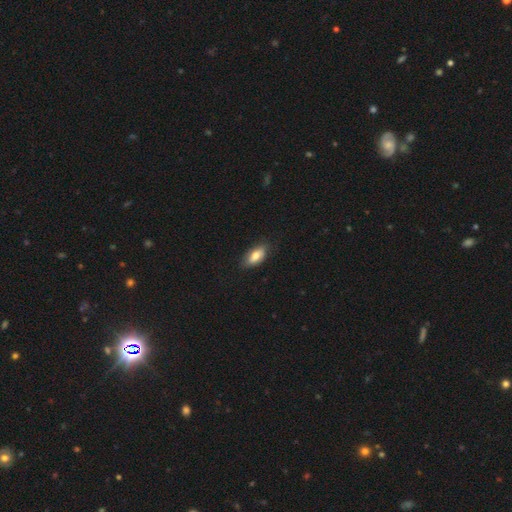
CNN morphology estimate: This is likely a smooth galaxy (76%). How rounded: clearly in between (88%). Merging: clearly none (82%).